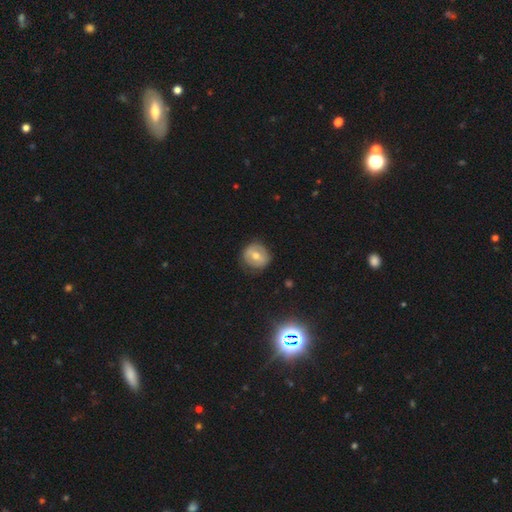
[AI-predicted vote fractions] Morphology: type=smooth (45%); merging=none (84%).